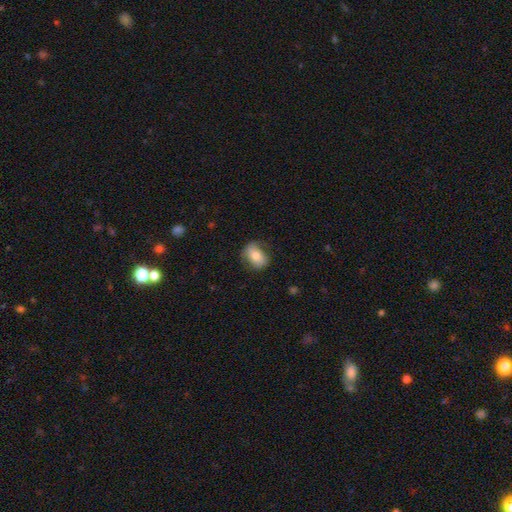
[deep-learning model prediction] This appears to be a smooth galaxy with no disk features (71%) that is in between round and cigar-shaped (73%). Merging: none (71%).